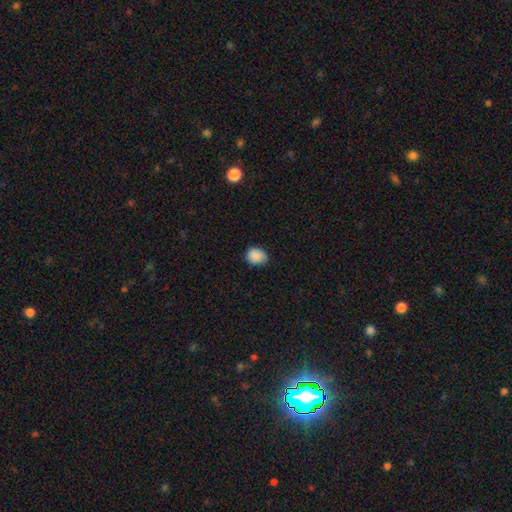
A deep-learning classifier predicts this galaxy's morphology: smooth-or-featured: smooth: 89% | star or artifact: 8% | featured or disk: 3%
  how-rounded: round: 58% | in between: 41% | cigar-shaped: 1%
  merging: none: 81% | minor disturbance: 16% | major disturbance: 2% | merger: 1%